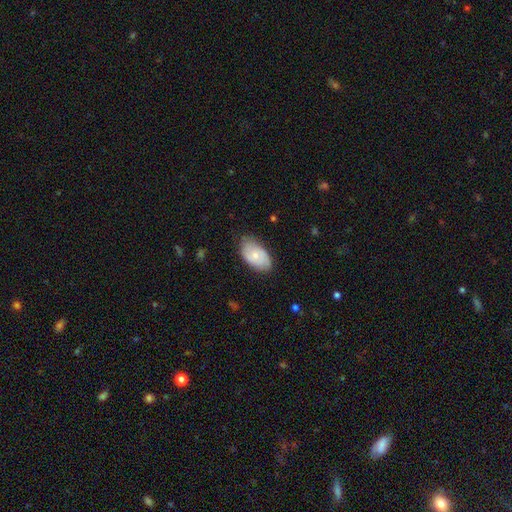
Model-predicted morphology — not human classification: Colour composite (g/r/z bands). It shows a smooth galaxy with no disk features (55%) that is in between round and cigar-shaped (93%). Merging: none (73%).